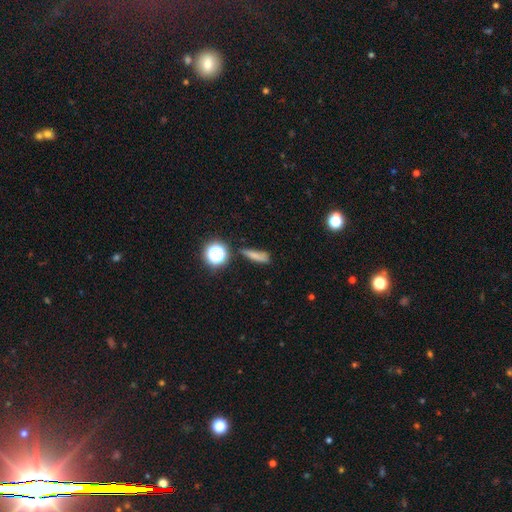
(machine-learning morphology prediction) smooth 72%, star or artifact 17%, featured or disk 12%. Down the decision tree: how rounded — cigar-shaped (71%); merging — none (69%).